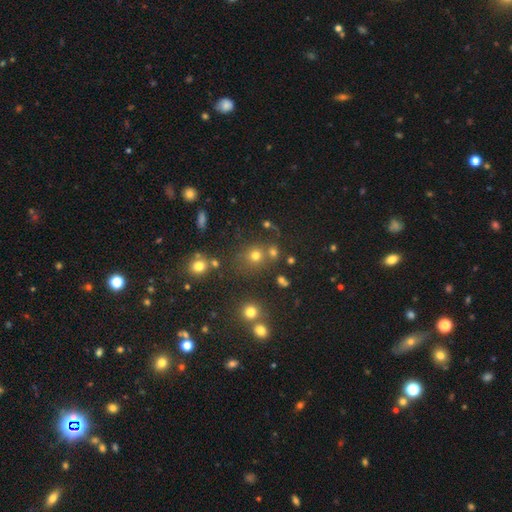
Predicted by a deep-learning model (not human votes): This is likely a smooth galaxy (67%). How rounded: clearly round (86%). Merging: likely none (67%).